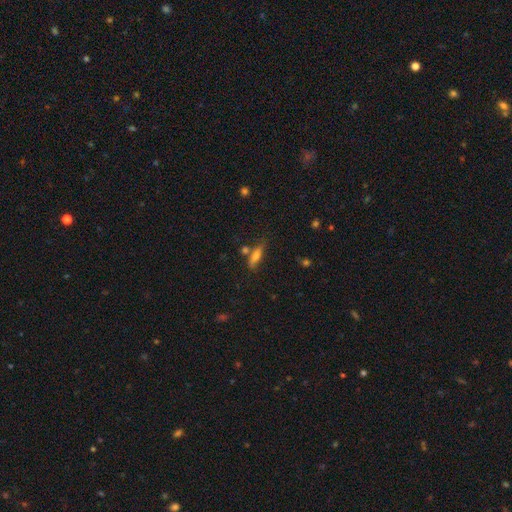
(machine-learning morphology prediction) smooth-or-featured: smooth: 66% | featured or disk: 24% | star or artifact: 9%
  how-rounded: cigar-shaped: 57% | in between: 40% | round: 3%
  merging: none: 63% | minor disturbance: 17% | merger: 14% | major disturbance: 5%